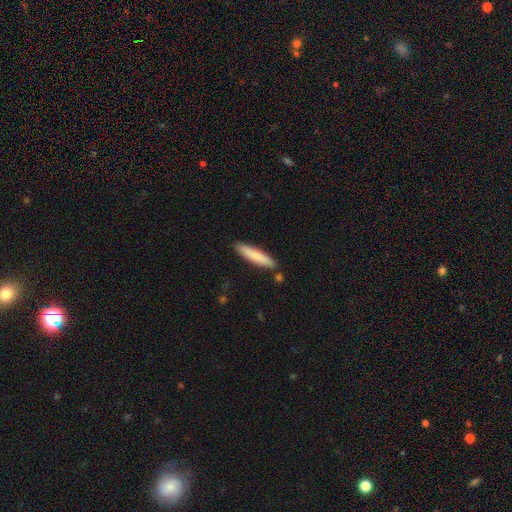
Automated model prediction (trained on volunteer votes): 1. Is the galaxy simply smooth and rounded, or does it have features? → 79% smooth, 15% featured or disk, 5% star or artifact.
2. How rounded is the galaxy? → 88% cigar-shaped, 11% in between, 1% round.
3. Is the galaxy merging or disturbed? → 84% none, 10% minor disturbance, 4% merger, 2% major disturbance.